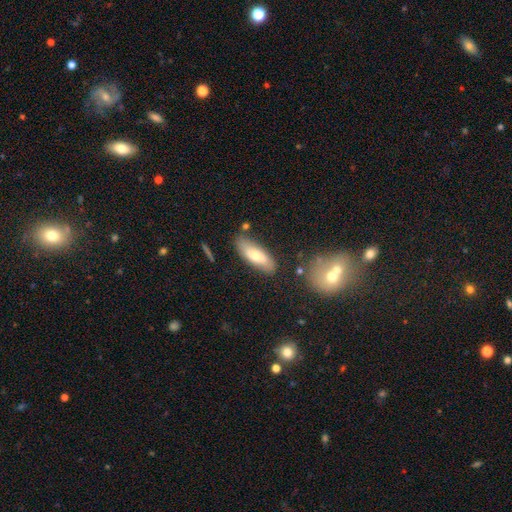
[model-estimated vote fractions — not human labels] A smooth galaxy with no disk features (62%) that is in between round and cigar-shaped (67%).

Vote fractions:
- Smooth or featured? smooth: 62% / featured or disk: 31% / star or artifact: 7%
- How rounded? in between: 67% / cigar-shaped: 31% / round: 3%
- Merging? none: 79% / minor disturbance: 13% / merger: 5% / major disturbance: 3%